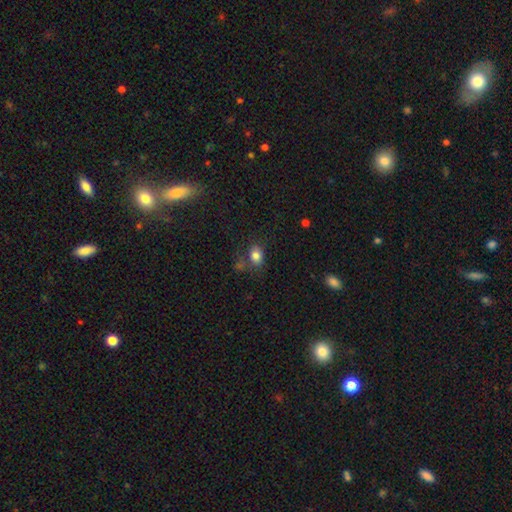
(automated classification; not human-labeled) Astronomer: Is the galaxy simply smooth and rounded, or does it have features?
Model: smooth — 81%.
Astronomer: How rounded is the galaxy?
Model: in between — 64%.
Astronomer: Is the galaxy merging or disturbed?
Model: none — 64%.